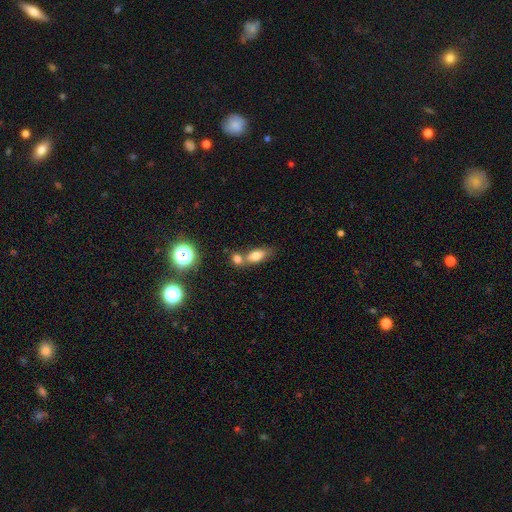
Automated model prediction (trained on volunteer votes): smooth 74%, featured or disk 14%, star or artifact 12%. Down the decision tree: how rounded — in between (77%); merging — merger (46%).